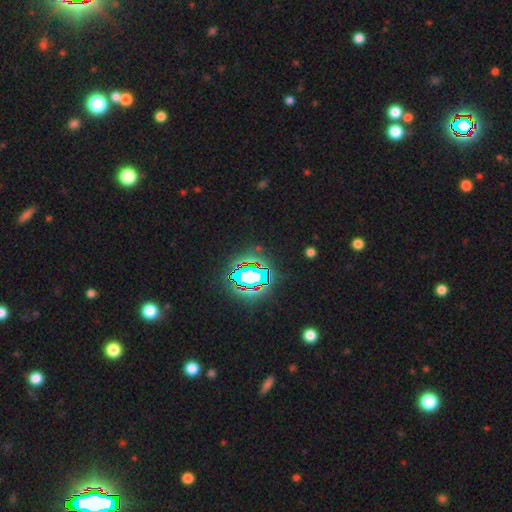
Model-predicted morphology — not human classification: Smooth or featured? Predicted: star or artifact (p=0.81).